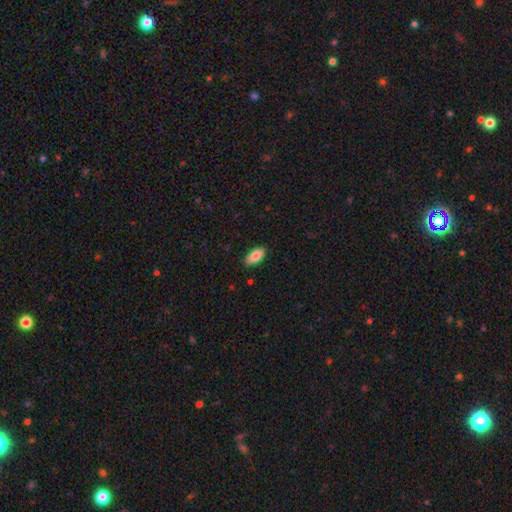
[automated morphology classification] A smooth galaxy with no disk features (84%) that is in between round and cigar-shaped (90%). Merging: none (86%).